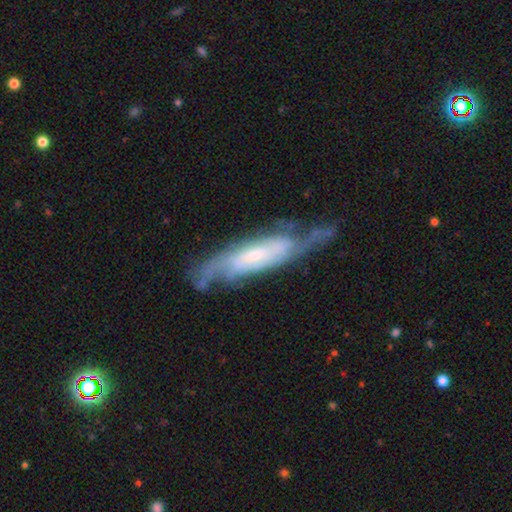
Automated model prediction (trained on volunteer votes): This appears to be a featured or disk galaxy (80%) with no bar (52%), tight (47%) spiral arms (91%) and a small central bulge (59%). Merging: none (60%).